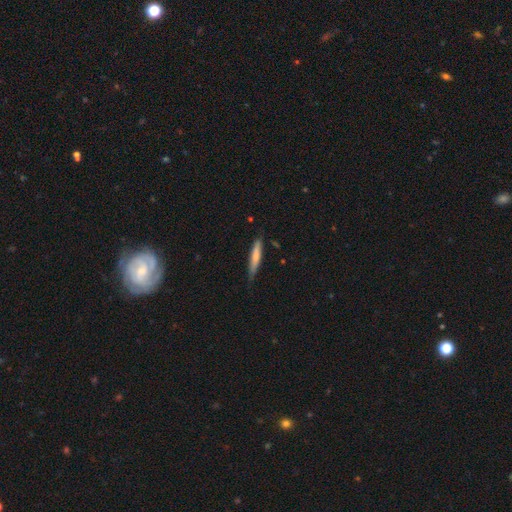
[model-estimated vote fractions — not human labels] A smooth galaxy with no disk features (67%) that is cigar-shaped (91%). Merging: none (74%).